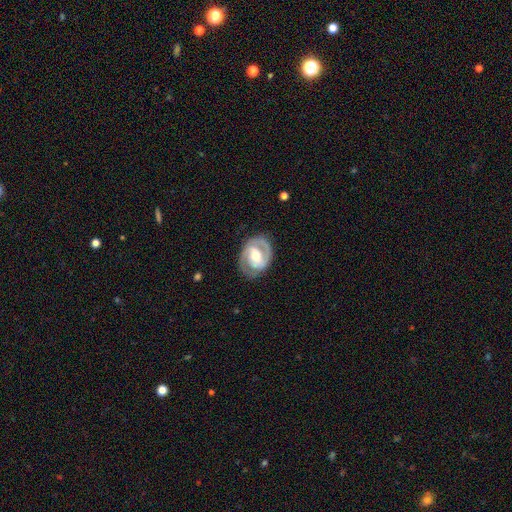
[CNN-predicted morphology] featured or disk 80%, smooth 15%, star or artifact 5%. Down the decision tree: edge-on disk — no (97%); bar — weak (41%); spiral arms — yes (86%); spiral arm count — 2 (80%); spiral winding — tight (47%); bulge size — moderate (64%); merging — none (77%).